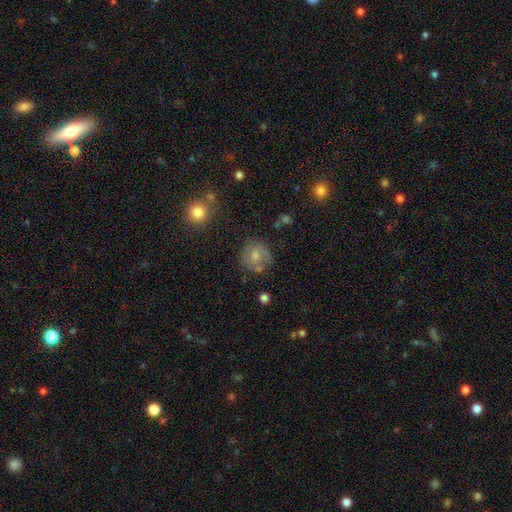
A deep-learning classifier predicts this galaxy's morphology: smooth_or_featured: smooth (p=0.66) [alt: featured or disk p=0.25]
how_rounded: round (p=0.87) [alt: in between p=0.12]
merging: none (p=0.70) [alt: minor disturbance p=0.19]